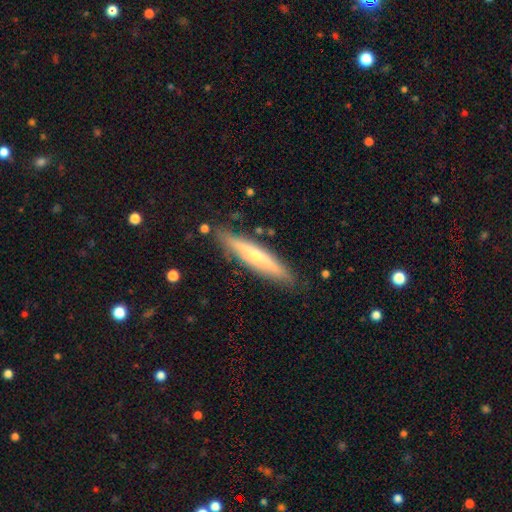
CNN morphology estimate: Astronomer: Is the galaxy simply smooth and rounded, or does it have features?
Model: featured or disk — 57% (runner-up: smooth, 37%).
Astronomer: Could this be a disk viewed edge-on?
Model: yes — 90%.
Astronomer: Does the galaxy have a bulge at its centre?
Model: rounded — 76%.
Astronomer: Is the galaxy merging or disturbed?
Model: none — 85%.